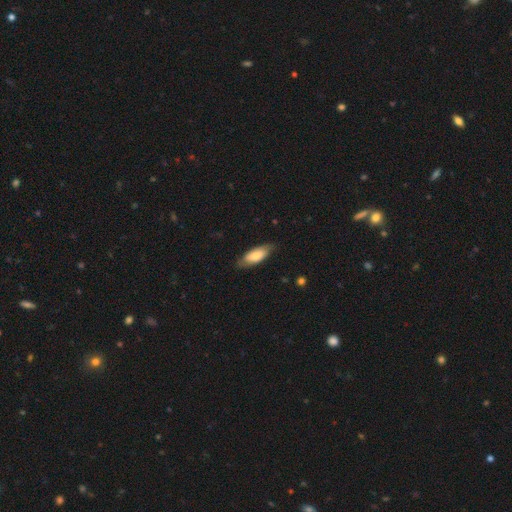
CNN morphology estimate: Smooth or featured: smooth — 76% (featured or disk — 18%)
How rounded: in between — 78% (cigar-shaped — 20%)
Merging: none — 77% (minor disturbance — 18%)